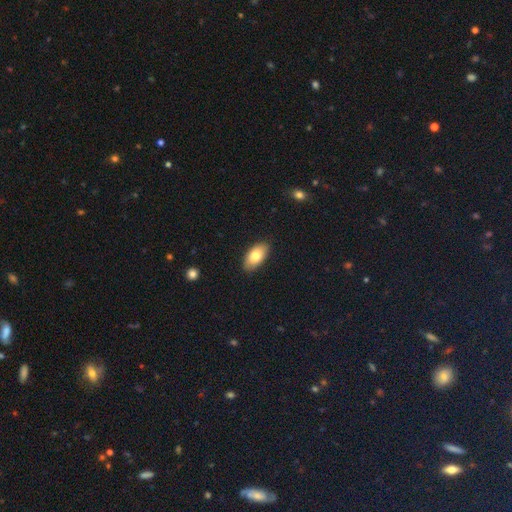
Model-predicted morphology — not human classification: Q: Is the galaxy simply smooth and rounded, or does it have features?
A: smooth — 78%.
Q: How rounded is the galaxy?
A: in between — 94%.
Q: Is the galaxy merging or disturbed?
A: none — 88%.